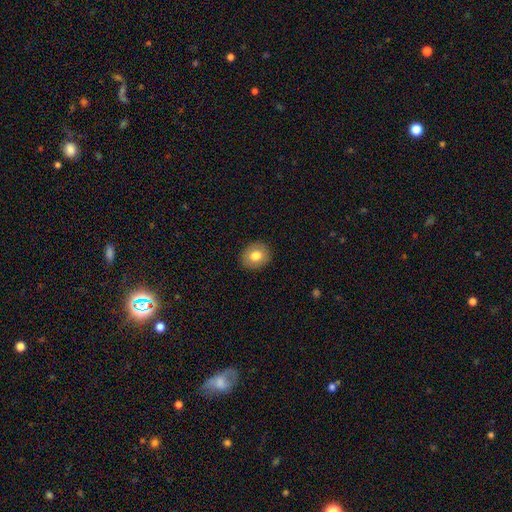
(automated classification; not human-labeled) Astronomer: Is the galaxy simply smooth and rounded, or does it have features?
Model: smooth — 79%.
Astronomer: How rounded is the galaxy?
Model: round — 66%.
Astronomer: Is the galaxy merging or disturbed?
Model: none — 90%.